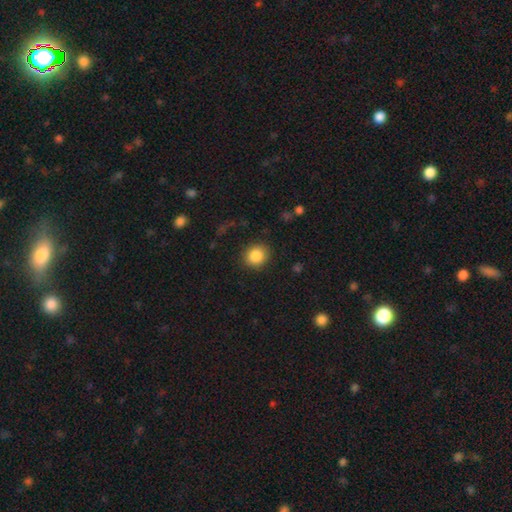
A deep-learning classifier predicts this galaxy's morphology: Smooth or featured?
  - smooth: 87% *
  - star or artifact: 9%
  - featured or disk: 5%
How rounded?
  - round: 77% *
  - in between: 22%
  - cigar-shaped: 1%
Merging?
  - none: 88% *
  - minor disturbance: 8%
  - major disturbance: 3%
  - merger: 1%